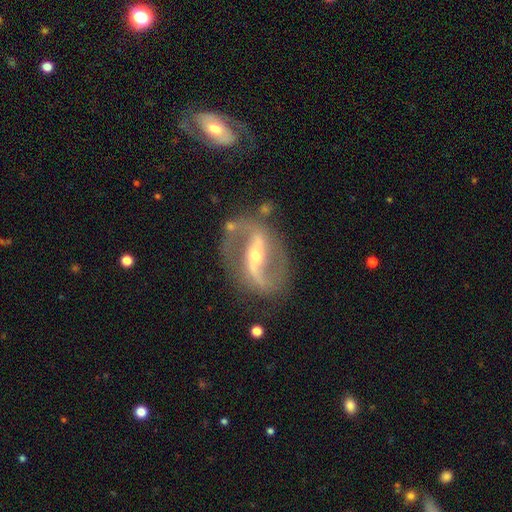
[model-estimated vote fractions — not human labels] Q: Smooth or featured?
A: featured or disk (90%); runner-up: star or artifact (5%)
Q: Edge-on disk?
A: no (96%); runner-up: yes (4%)
Q: Bar?
A: strong (63%); runner-up: weak (22%)
Q: Spiral arms?
A: yes (95%); runner-up: no (5%)
Q: Spiral winding?
A: medium (46%); runner-up: loose (40%)
Q: Spiral arm count?
A: 2 (92%); runner-up: can't tell (3%)
Q: Bulge size?
A: small (59%); runner-up: moderate (37%)
Q: Merging?
A: none (76%); runner-up: minor disturbance (14%)